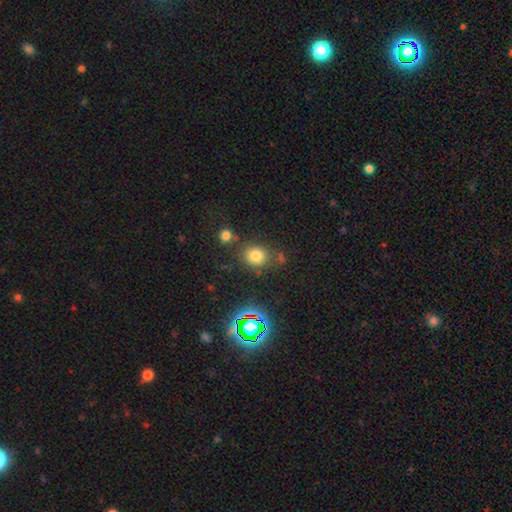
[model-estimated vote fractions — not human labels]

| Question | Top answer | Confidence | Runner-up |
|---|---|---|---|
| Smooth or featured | smooth | 74% | star or artifact (19%) |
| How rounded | round | 73% | in between (26%) |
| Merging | none | 74% | minor disturbance (12%) |